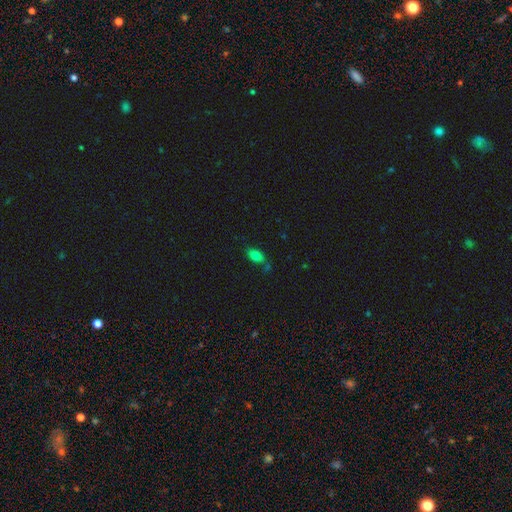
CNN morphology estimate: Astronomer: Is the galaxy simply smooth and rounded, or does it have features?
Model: smooth — 78%.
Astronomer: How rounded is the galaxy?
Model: in between — 88%.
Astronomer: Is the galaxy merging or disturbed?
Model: none — 65%.